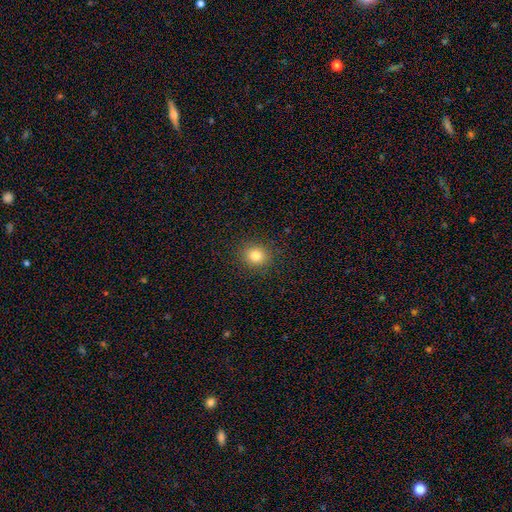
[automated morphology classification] A smooth galaxy with no disk features (81%) that is round (79%). Merging: none (90%).